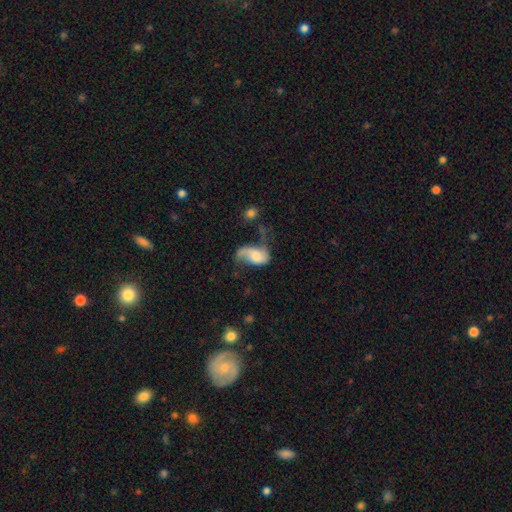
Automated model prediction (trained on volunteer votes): Smooth or featured?
  - featured or disk: 51% *
  - smooth: 41%
  - star or artifact: 8%
Edge-on disk?
  - no: 96% *
  - yes: 4%
Merging?
  - major disturbance: 36% *
  - none: 27%
  - minor disturbance: 27%
  - merger: 10%